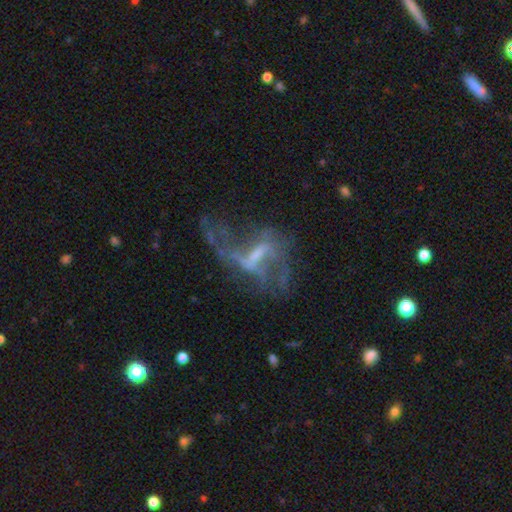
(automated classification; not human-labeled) Smooth or featured: featured or disk — 78% (star or artifact — 11%)
Edge-on disk: no — 95% (yes — 5%)
Bar: weak — 43% (strong — 39%)
Spiral arms: yes — 75% (no — 25%)
Spiral winding: loose — 78% (medium — 17%)
Spiral arm count: 2 — 67% (can't tell — 13%)
Bulge size: small — 38% (none — 32%)
Merging: major disturbance — 40% (none — 37%)